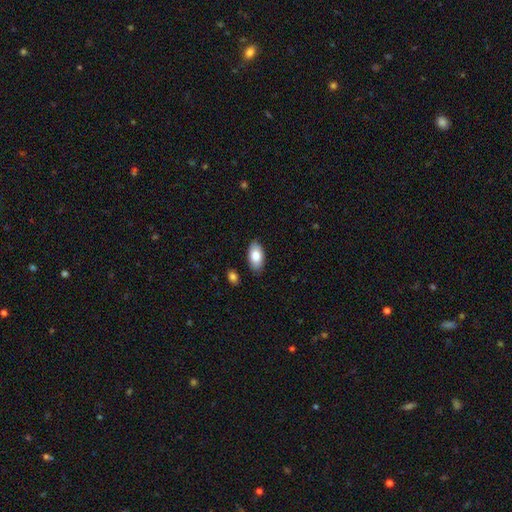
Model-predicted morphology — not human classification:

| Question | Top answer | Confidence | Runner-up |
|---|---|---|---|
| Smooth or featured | smooth | 82% | featured or disk (12%) |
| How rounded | in between | 94% | round (3%) |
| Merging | none | 86% | minor disturbance (10%) |